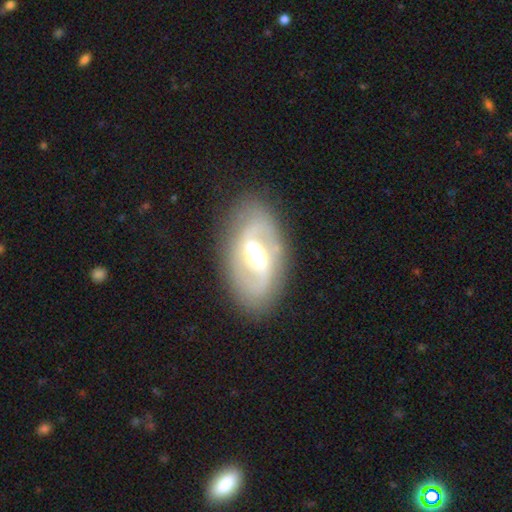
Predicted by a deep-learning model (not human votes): Overall: featured or disk (81%). Edge-on disk: no (95%). Bar: weak (42%, tied with strong). Spiral arms: yes (82%). Spiral arm count: 2 (88%). Spiral winding: medium (45%; loose 33%). Bulge size: moderate (66%). Merging: none (82%).